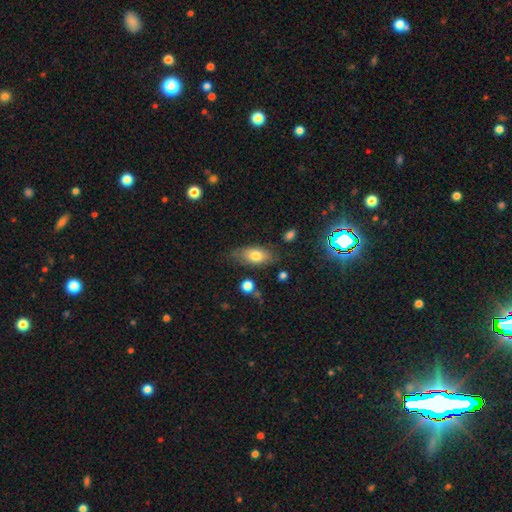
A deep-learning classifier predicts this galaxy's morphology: Smooth or featured: smooth — 74% (featured or disk — 18%)
How rounded: in between — 87% (cigar-shaped — 8%)
Merging: none — 67% (minor disturbance — 23%)